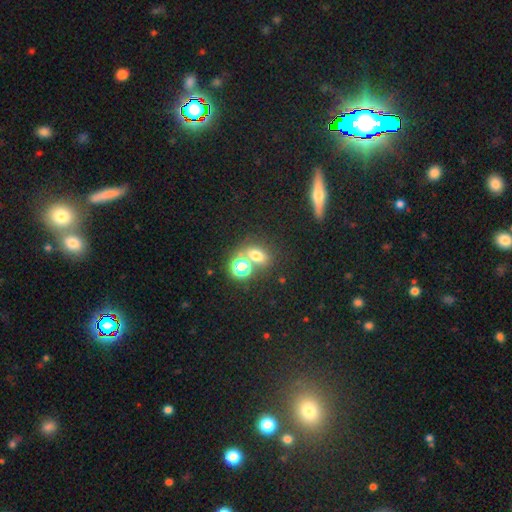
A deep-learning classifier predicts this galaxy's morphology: Smooth or featured? Predicted: smooth (p=0.66). How rounded? Predicted: in between (p=0.54). Merging? Predicted: none (p=0.52).